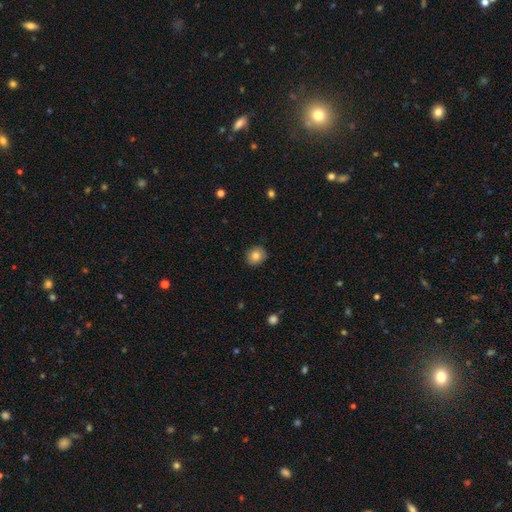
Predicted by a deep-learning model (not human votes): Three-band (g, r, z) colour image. It shows a smooth galaxy with no disk features (81%) that is round (81%). Merging: none (89%).